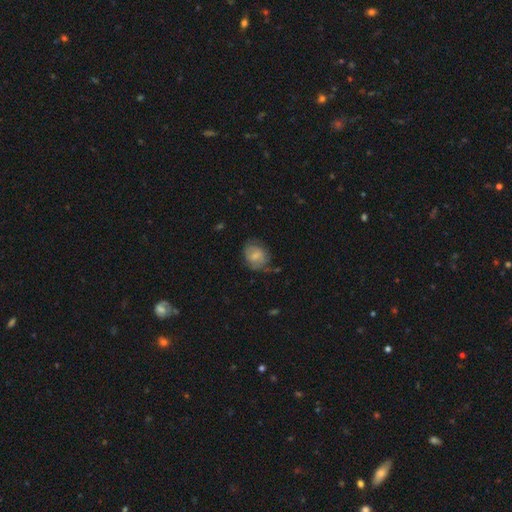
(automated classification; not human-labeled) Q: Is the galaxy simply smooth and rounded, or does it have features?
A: smooth — 63%.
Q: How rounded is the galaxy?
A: round — 54%.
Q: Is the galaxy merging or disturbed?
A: none — 56%.